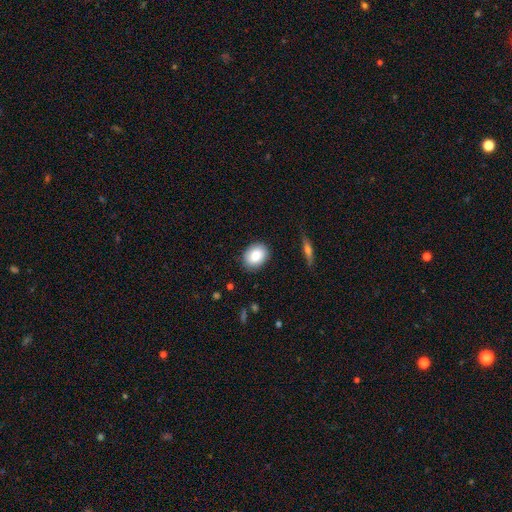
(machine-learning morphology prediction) The model was most divided on "how rounded": in between: 65%, round: 34%, cigar-shaped: 1%. More confident: smooth or featured — smooth (85%); merging — none (85%).